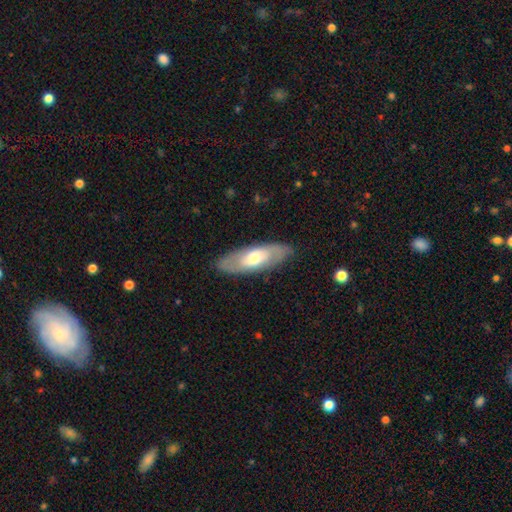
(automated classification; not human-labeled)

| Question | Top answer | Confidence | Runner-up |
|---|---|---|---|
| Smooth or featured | featured or disk | 48% | smooth (46%) |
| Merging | none | 85% | minor disturbance (11%) |